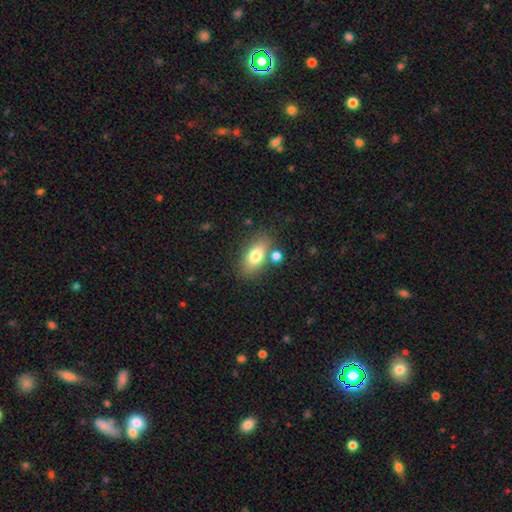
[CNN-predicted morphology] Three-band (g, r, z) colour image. It shows a smooth galaxy with no disk features (76%) that is in between round and cigar-shaped (86%). Merging: none (73%).